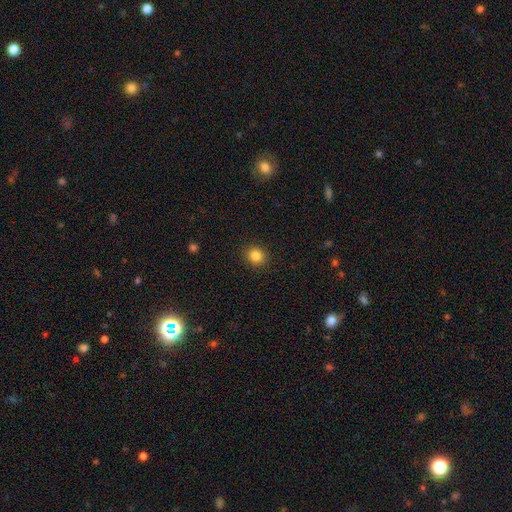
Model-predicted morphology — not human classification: A smooth galaxy with no disk features (84%) that is round (81%).

Vote fractions:
- Smooth or featured? smooth: 84% / star or artifact: 11% / featured or disk: 5%
- How rounded? round: 81% / in between: 18% / cigar-shaped: 1%
- Merging? none: 91% / minor disturbance: 6% / major disturbance: 2% / merger: 1%